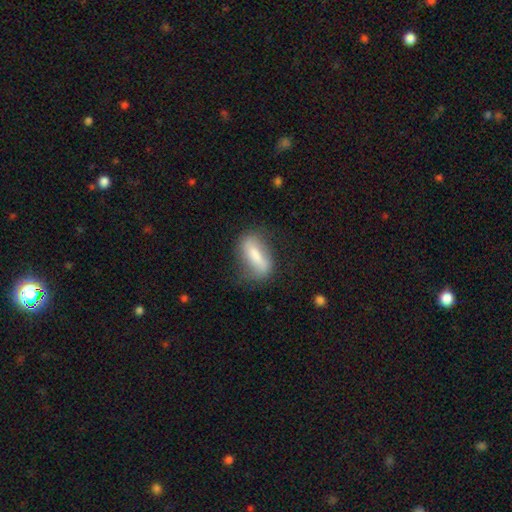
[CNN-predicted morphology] smooth 61%, featured or disk 32%, star or artifact 7%. Down the decision tree: how rounded — in between (64%); merging — none (66%).